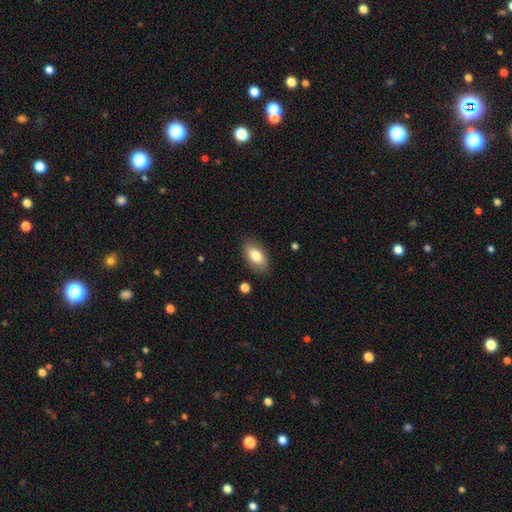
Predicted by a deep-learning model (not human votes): Smooth or featured: smooth — 79% (featured or disk — 14%)
How rounded: in between — 91% (round — 6%)
Merging: none — 85% (minor disturbance — 11%)